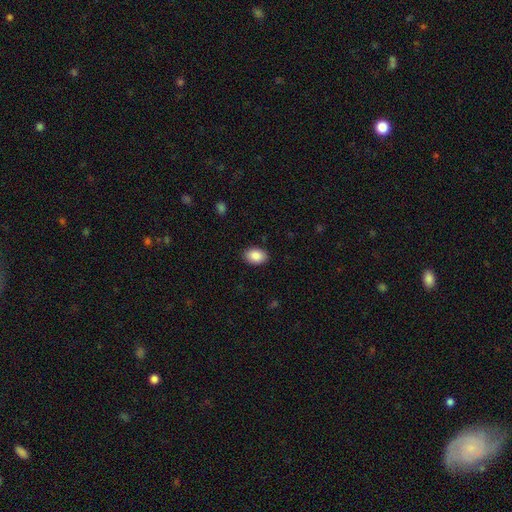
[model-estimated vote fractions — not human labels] This is clearly a smooth galaxy (88%). How rounded: clearly in between (83%). Merging: clearly none (89%).